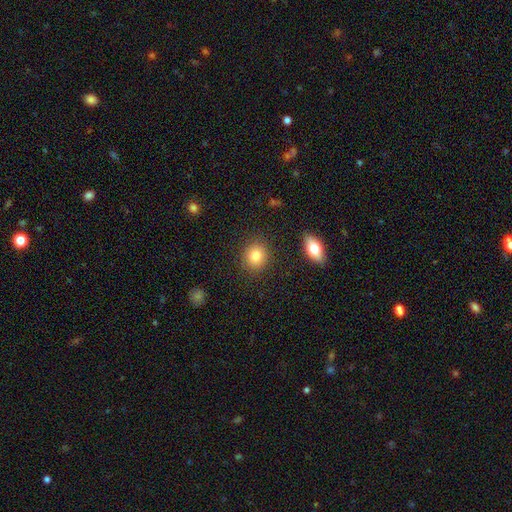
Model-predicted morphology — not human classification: The model was most divided on "how rounded": round: 73%, in between: 25%, cigar-shaped: 1%. More confident: merging — none (86%); smooth or featured — smooth (84%).